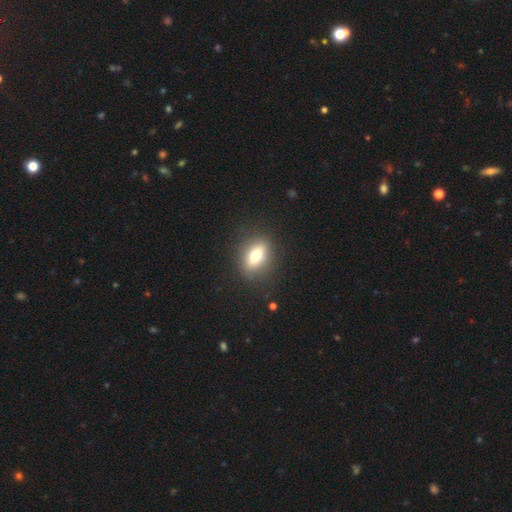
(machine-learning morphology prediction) Smooth or featured?
  - smooth: 69% *
  - featured or disk: 22%
  - star or artifact: 9%
How rounded?
  - in between: 73% *
  - round: 16%
  - cigar-shaped: 11%
Merging?
  - none: 85% *
  - minor disturbance: 10%
  - major disturbance: 4%
  - merger: 1%